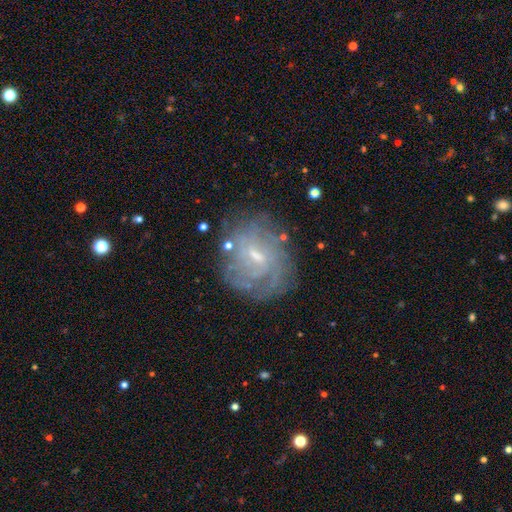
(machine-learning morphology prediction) This appears to be a featured or disk galaxy (73%) with a weak bar (60%), tight (62%) spiral arms (81%) and a small central bulge (61%). Merging: none (72%).